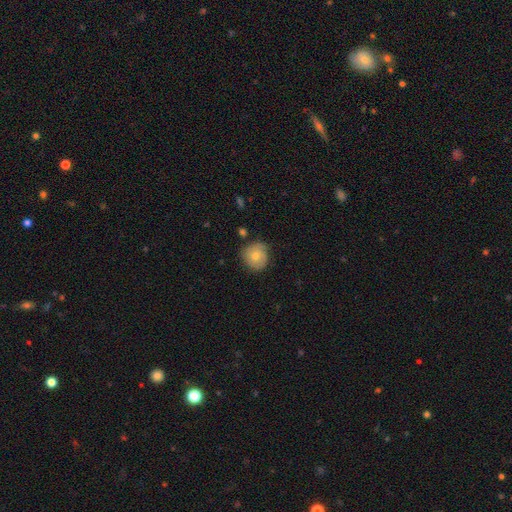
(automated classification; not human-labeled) This appears to be a smooth galaxy with no disk features (62%) that is round (91%). Merging: none (74%).